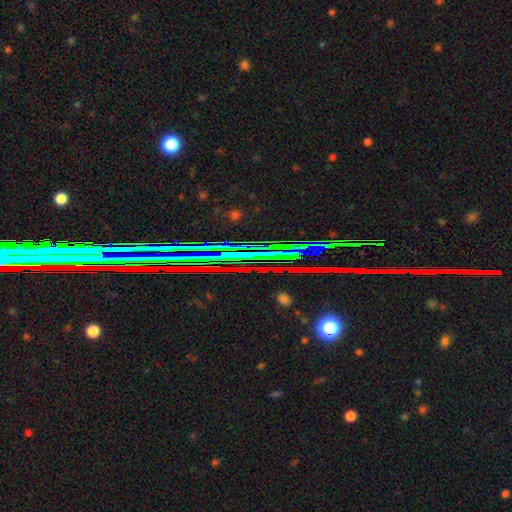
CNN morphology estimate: The model was most divided on "smooth or featured": star or artifact: 81%, featured or disk: 11%, smooth: 9%.